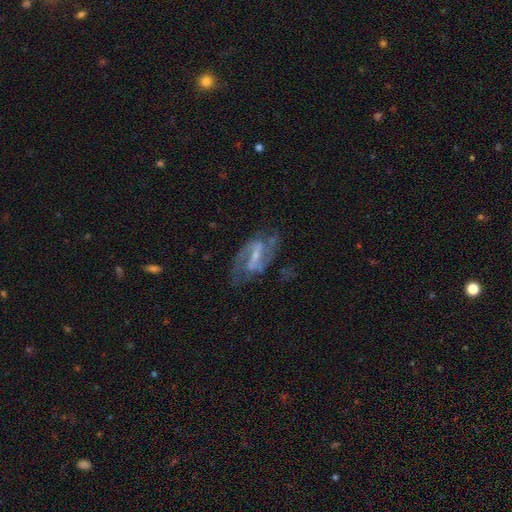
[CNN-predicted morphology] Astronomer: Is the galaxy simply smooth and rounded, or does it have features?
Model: featured or disk — 83%.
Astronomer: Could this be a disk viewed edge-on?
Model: no — 95%.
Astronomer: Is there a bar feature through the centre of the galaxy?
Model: strong — 49% (runner-up: weak, 39%).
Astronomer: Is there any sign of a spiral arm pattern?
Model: yes — 90%.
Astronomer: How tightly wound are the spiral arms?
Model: medium — 50% (runner-up: loose, 32%).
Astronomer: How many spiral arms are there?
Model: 2 — 86%.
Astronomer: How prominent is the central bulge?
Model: small — 50% (runner-up: moderate, 28%).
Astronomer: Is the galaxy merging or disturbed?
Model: none — 66%.